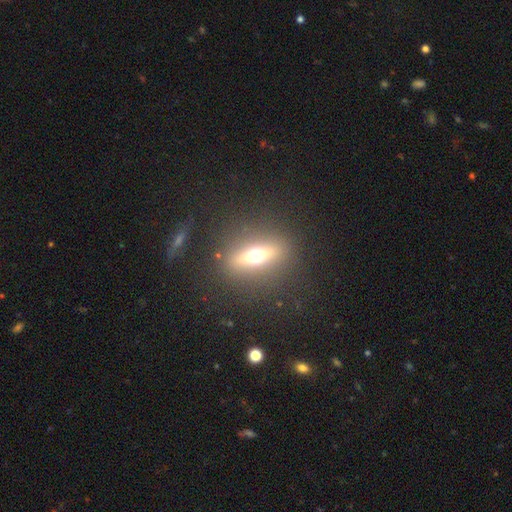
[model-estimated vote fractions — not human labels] Morphology: type=featured or disk (50%); edge-on=yes (75%); merging=none (86%).